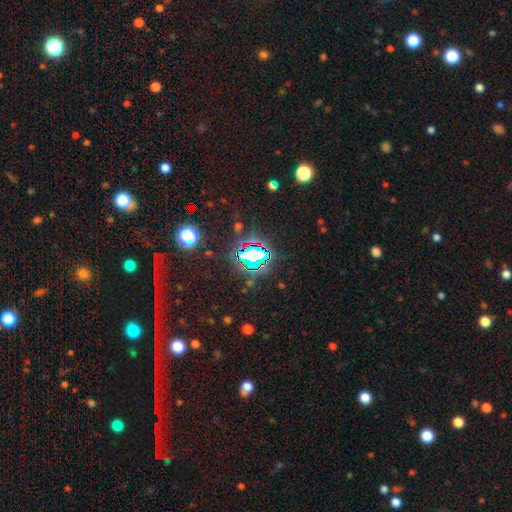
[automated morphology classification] smooth-or-featured: star or artifact: 80% | smooth: 12% | featured or disk: 9%